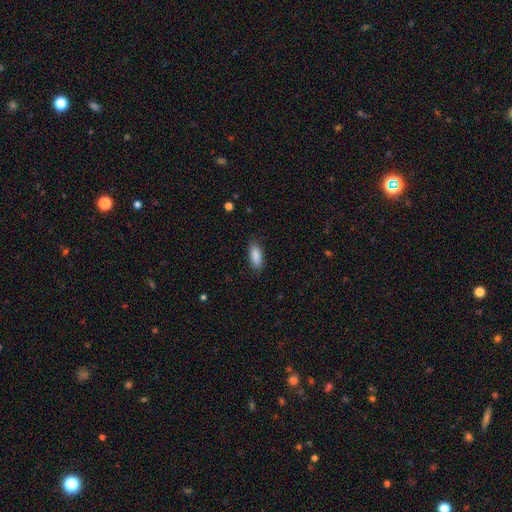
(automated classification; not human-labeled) smooth_or_featured: smooth (p=0.89) [alt: star or artifact p=0.07]
how_rounded: in between (p=0.81) [alt: cigar-shaped p=0.17]
merging: none (p=0.85) [alt: minor disturbance p=0.11]